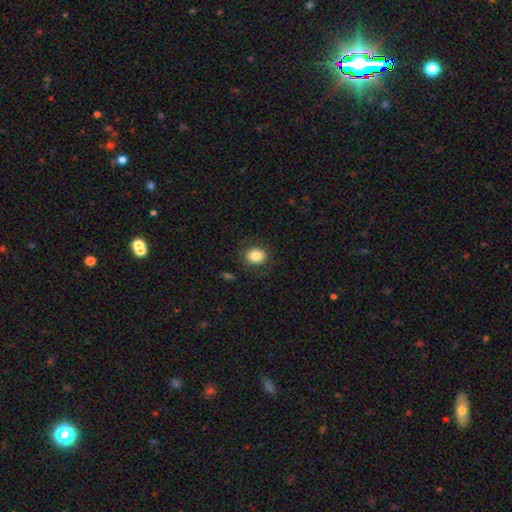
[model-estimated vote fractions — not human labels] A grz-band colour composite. It shows a smooth galaxy with no disk features (83%) that is round (55%). Merging: none (83%).